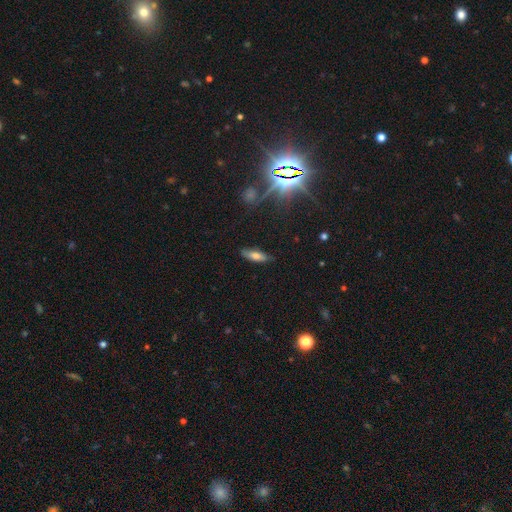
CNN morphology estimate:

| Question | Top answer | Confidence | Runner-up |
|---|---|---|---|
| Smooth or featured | smooth | 69% | featured or disk (21%) |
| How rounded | in between | 54% | cigar-shaped (44%) |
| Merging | none | 82% | minor disturbance (14%) |